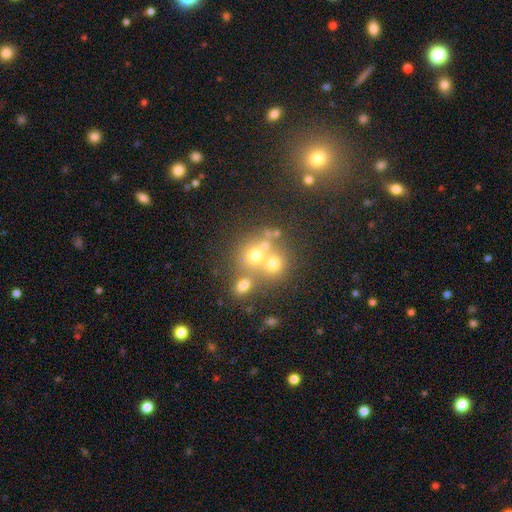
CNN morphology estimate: Smooth or featured? smooth (60%)
How rounded? round (78%)
Merging? merger (46%)